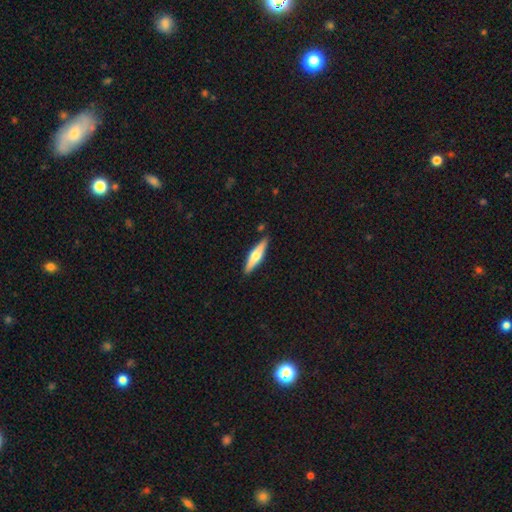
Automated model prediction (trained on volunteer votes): This is possibly a featured or disk galaxy (55%). It is clearly viewed edge-on (95%). Edge-on bulge: clearly rounded (92%). Merging: clearly none (88%).